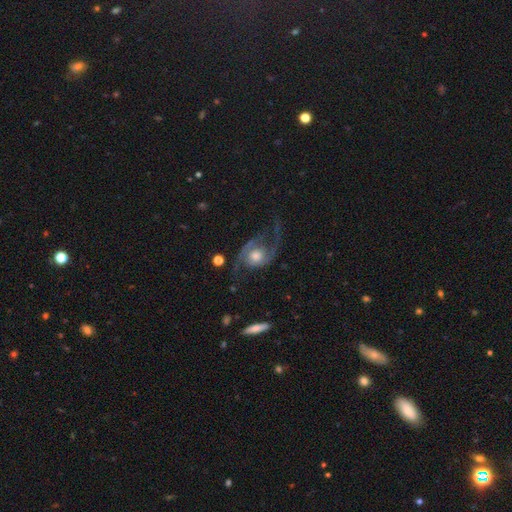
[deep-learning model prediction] A featured or disk galaxy (82%) with no bar (73%), 2 (88%) loose (51%) spiral arms (94%) and a moderate central bulge (55%). Merging: none (52%).